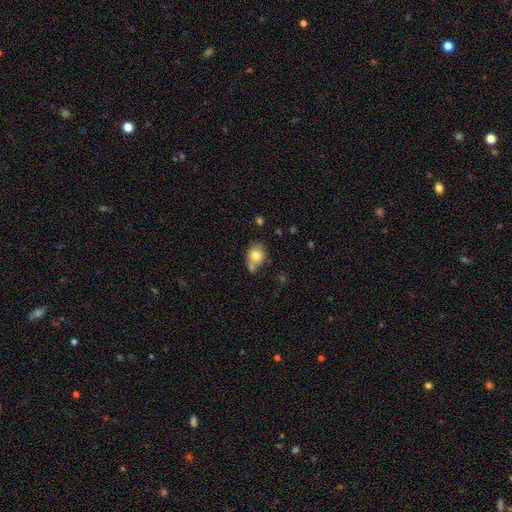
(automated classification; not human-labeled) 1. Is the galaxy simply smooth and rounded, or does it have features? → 79% smooth, 12% featured or disk, 9% star or artifact.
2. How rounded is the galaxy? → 62% round, 37% in between, 1% cigar-shaped.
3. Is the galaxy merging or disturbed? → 52% none, 27% merger, 16% minor disturbance, 5% major disturbance.